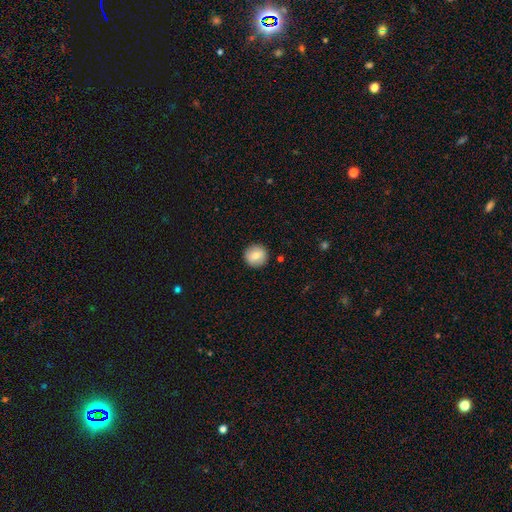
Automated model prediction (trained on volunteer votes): Smooth or featured?
  - smooth: 79% *
  - featured or disk: 12%
  - star or artifact: 8%
How rounded?
  - round: 93% *
  - in between: 6%
  - cigar-shaped: 1%
Merging?
  - none: 91% *
  - minor disturbance: 6%
  - major disturbance: 2%
  - merger: 1%